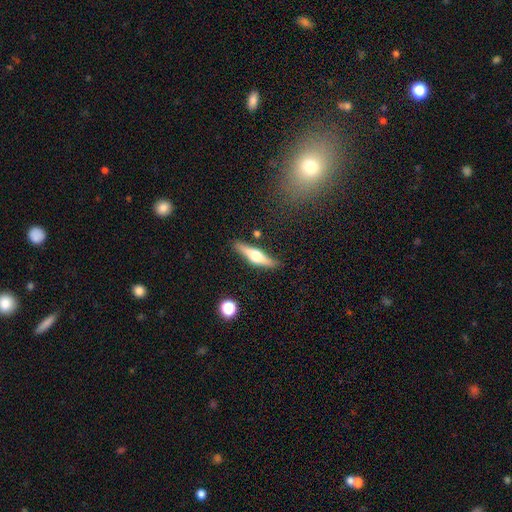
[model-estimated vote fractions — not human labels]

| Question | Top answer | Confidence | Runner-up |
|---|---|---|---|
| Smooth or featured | featured or disk | 63% | smooth (31%) |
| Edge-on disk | yes | 96% | no (4%) |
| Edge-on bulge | rounded | 93% | boxy (5%) |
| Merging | none | 86% | minor disturbance (10%) |